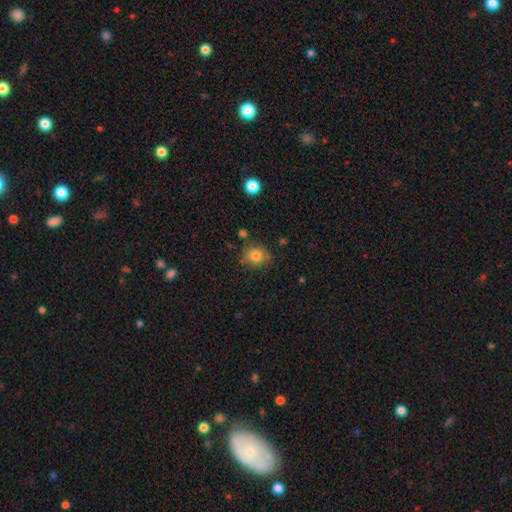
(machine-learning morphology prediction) type=smooth (81%); roundness=round (79%); merging=none (80%).